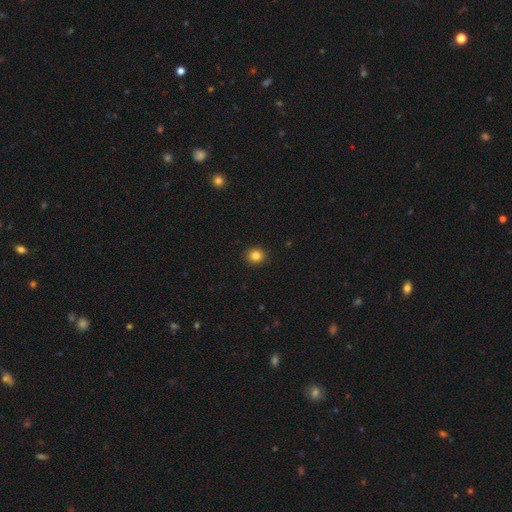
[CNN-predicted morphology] type=smooth (84%); roundness=round (81%); merging=none (92%).